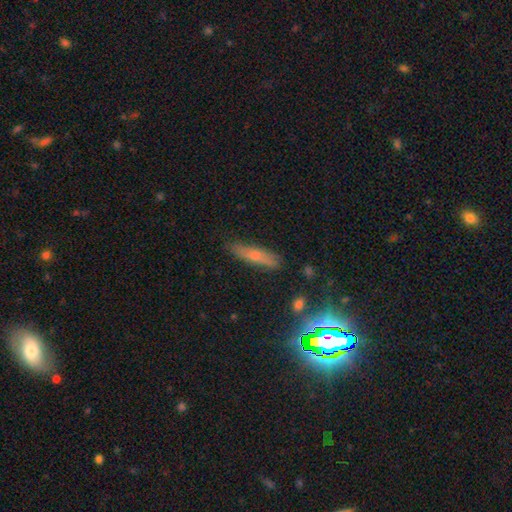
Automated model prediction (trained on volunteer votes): Smooth or featured?
  - smooth: 59% *
  - featured or disk: 28%
  - star or artifact: 13%
How rounded?
  - cigar-shaped: 78% *
  - in between: 19%
  - round: 3%
Merging?
  - none: 81% *
  - minor disturbance: 13%
  - major disturbance: 3%
  - merger: 2%